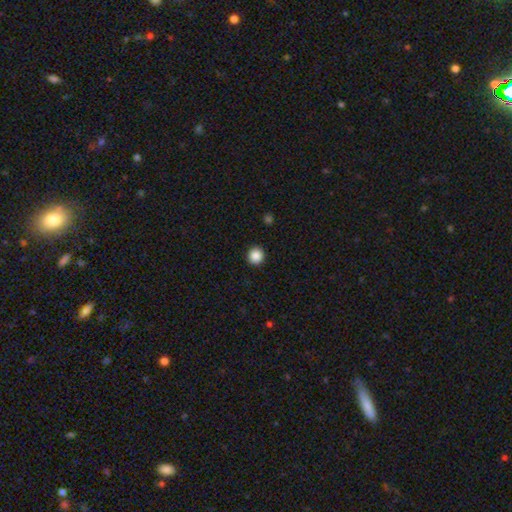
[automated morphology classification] Smooth or featured: smooth — 87% (star or artifact — 10%)
How rounded: round — 95% (in between — 4%)
Merging: none — 93% (minor disturbance — 5%)